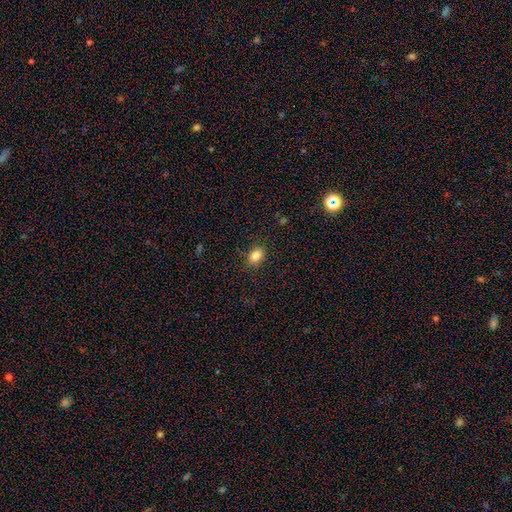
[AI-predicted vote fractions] Smooth or featured: smooth — 84% (star or artifact — 10%)
How rounded: in between — 66% (round — 32%)
Merging: none — 85% (minor disturbance — 11%)